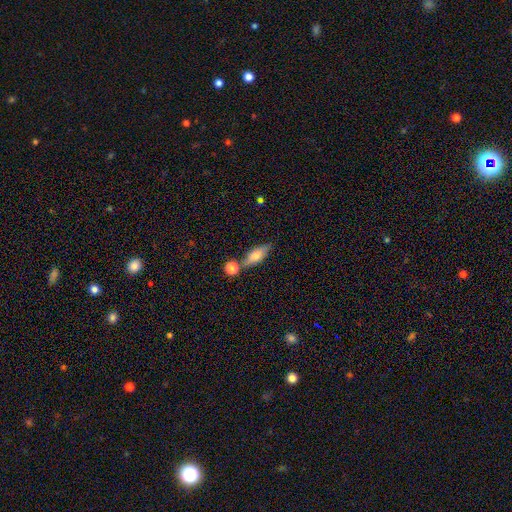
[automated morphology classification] Smooth or featured? smooth (62%)
How rounded? in between (59%)
Merging? none (64%)